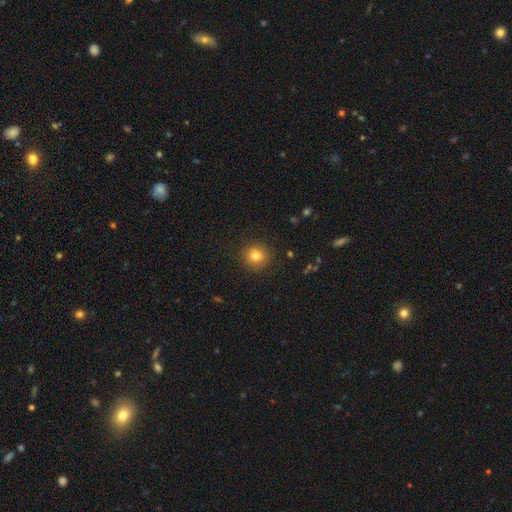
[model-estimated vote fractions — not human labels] Q: Smooth or featured?
A: smooth (81%); runner-up: star or artifact (12%)
Q: How rounded?
A: round (90%); runner-up: in between (9%)
Q: Merging?
A: none (90%); runner-up: minor disturbance (6%)